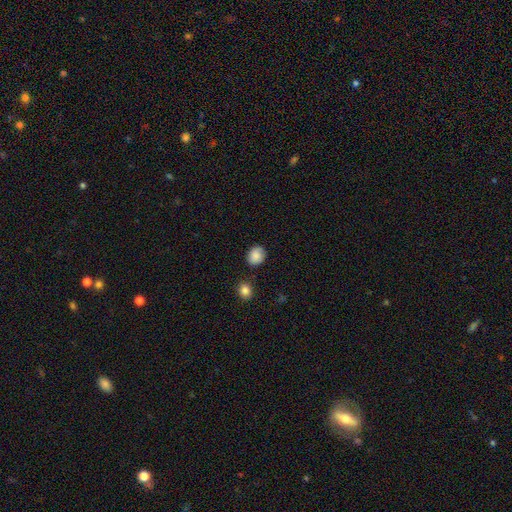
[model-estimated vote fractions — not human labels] Smooth or featured?
  - smooth: 88% *
  - star or artifact: 8%
  - featured or disk: 4%
How rounded?
  - round: 62% *
  - in between: 37%
  - cigar-shaped: 1%
Merging?
  - none: 82% *
  - minor disturbance: 11%
  - merger: 3%
  - major disturbance: 3%